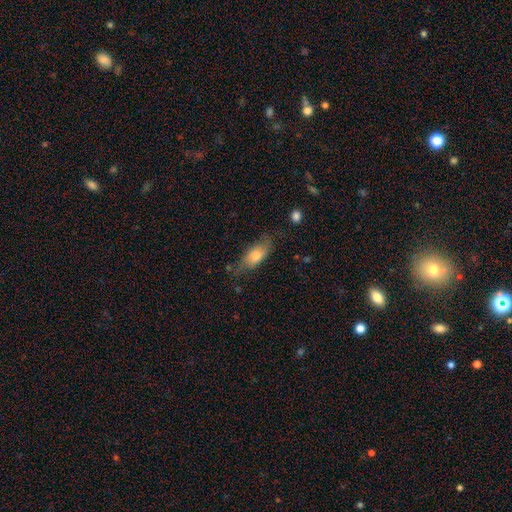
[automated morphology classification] type=smooth (67%); roundness=in between (74%); merging=none (64%).